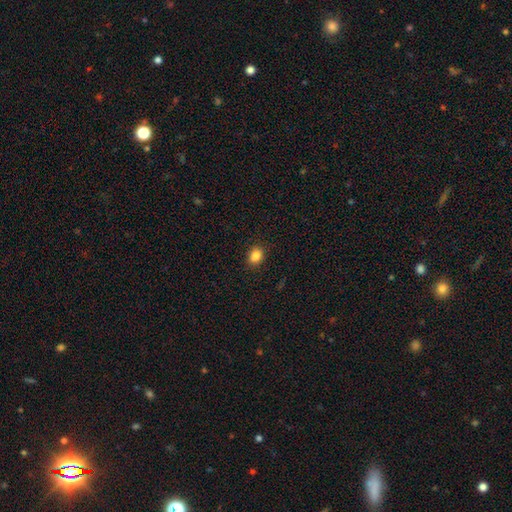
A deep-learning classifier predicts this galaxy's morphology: Smooth or featured? smooth (86%)
How rounded? in between (57%)
Merging? none (88%)